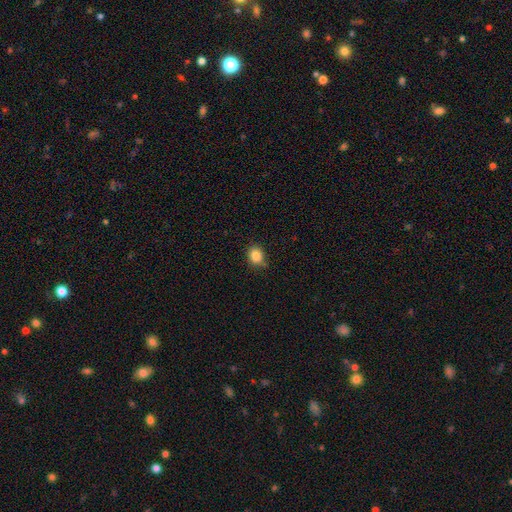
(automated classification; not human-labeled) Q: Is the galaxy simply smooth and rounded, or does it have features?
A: smooth — 86%.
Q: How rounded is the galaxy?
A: round — 56%.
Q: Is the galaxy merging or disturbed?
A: none — 80%.